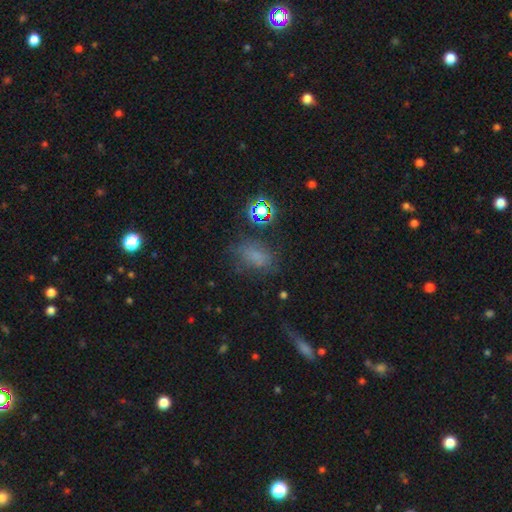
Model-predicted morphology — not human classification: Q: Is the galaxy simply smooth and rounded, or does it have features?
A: smooth — 59%.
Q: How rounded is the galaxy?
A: in between — 78%.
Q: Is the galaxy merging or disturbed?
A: none — 59%.